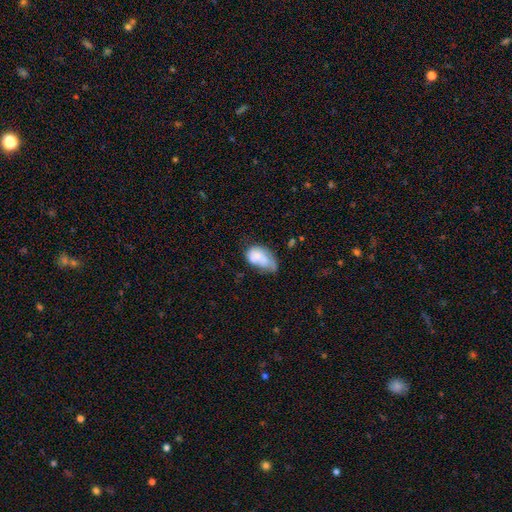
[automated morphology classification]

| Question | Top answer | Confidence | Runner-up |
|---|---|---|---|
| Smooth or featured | smooth | 67% | featured or disk (25%) |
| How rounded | in between | 91% | round (8%) |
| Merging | minor disturbance | 36% | major disturbance (27%) |